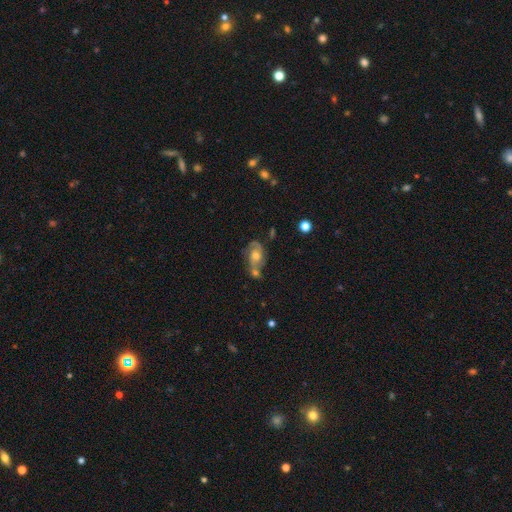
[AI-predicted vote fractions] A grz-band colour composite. It shows a featured or disk galaxy (68%) with no bar (72%), 2 (74%) medium (46%) spiral arms (87%) and a moderate central bulge (68%). Merging: none (43%).